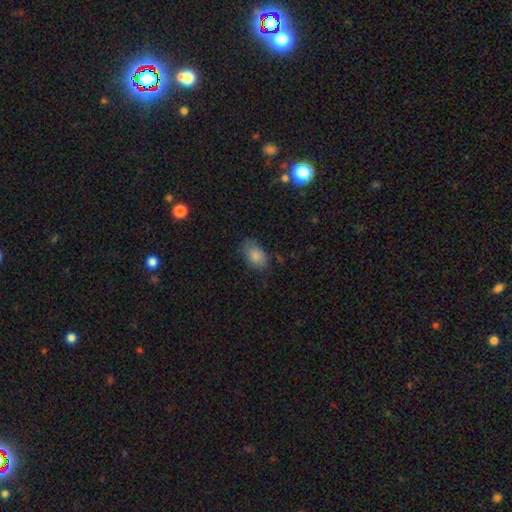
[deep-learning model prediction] A smooth galaxy with no disk features (84%) that is in between round and cigar-shaped (85%).

Vote fractions:
- Smooth or featured? smooth: 84% / star or artifact: 8% / featured or disk: 8%
- How rounded? in between: 85% / round: 14% / cigar-shaped: 1%
- Merging? none: 66% / minor disturbance: 25% / major disturbance: 7% / merger: 2%